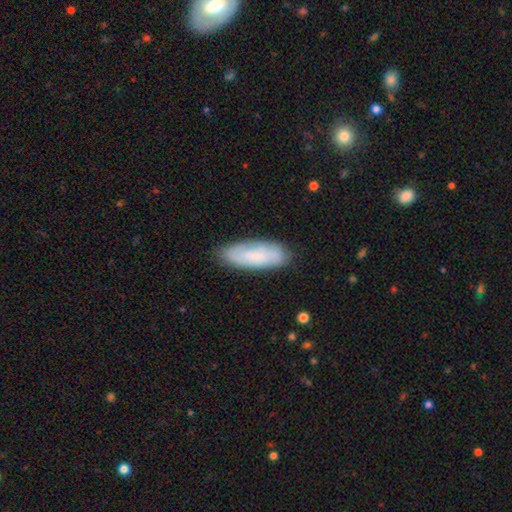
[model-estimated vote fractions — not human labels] The model was most divided on "how rounded": in between: 65%, cigar-shaped: 34%, round: 2%. More confident: merging — none (82%); smooth or featured — smooth (69%).